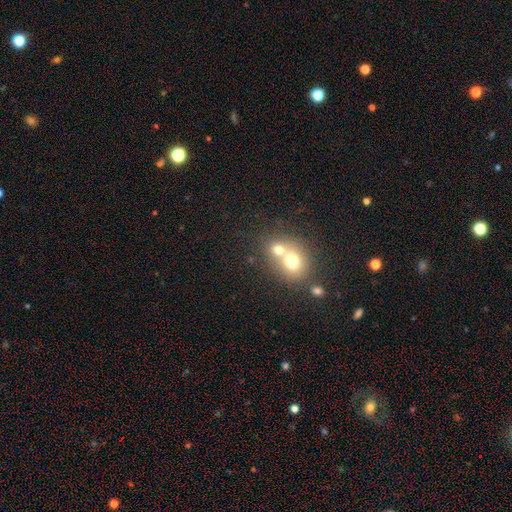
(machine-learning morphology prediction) type=smooth (57%); roundness=round (72%); merging=merger (48%).